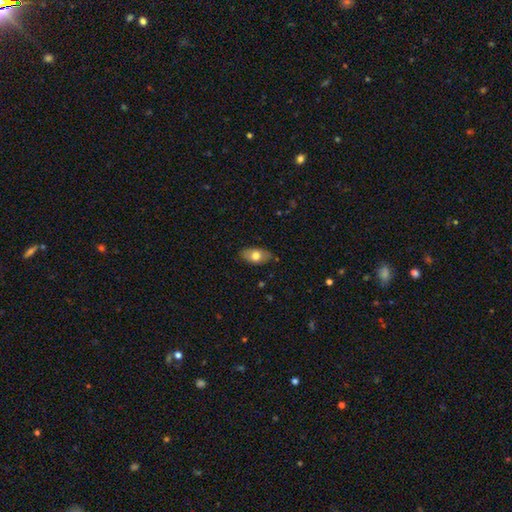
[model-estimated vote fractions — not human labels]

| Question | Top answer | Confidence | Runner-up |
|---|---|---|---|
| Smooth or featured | smooth | 71% | featured or disk (22%) |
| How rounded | in between | 91% | round (6%) |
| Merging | none | 81% | minor disturbance (15%) |